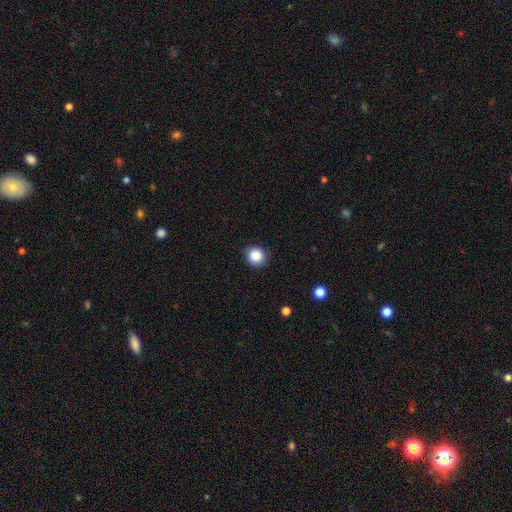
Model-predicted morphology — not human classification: Smooth or featured? smooth (87%)
How rounded? round (91%)
Merging? none (90%)